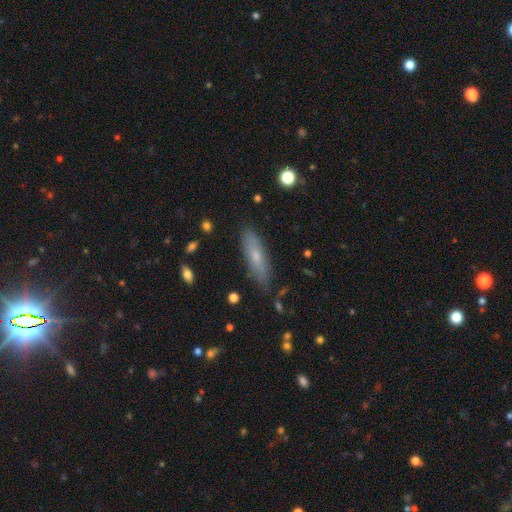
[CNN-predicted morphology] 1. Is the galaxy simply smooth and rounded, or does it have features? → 63% smooth, 30% featured or disk, 8% star or artifact.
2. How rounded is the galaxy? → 64% cigar-shaped, 34% in between, 2% round.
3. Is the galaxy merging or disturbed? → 83% none, 13% minor disturbance, 2% major disturbance, 2% merger.